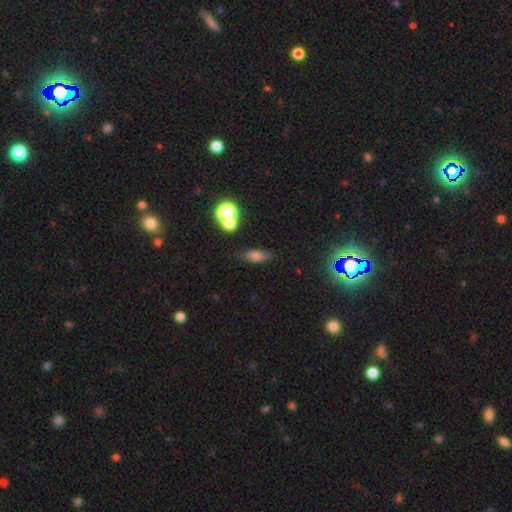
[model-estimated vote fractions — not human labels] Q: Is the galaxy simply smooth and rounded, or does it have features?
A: smooth — 70%.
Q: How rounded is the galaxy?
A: in between — 62%.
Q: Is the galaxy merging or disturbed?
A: none — 74%.